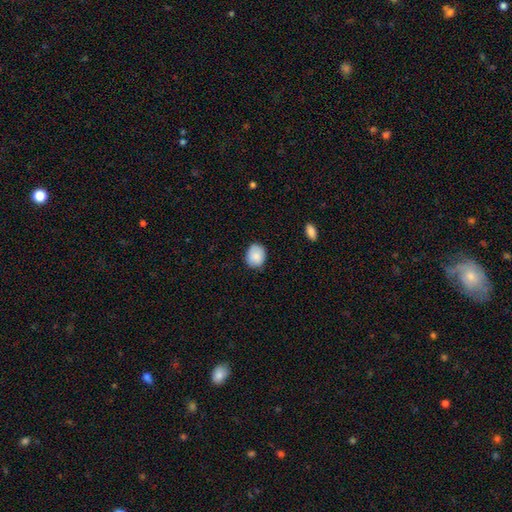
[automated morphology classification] Smooth or featured?
  - smooth: 86% *
  - star or artifact: 7%
  - featured or disk: 6%
How rounded?
  - round: 61% *
  - in between: 38%
  - cigar-shaped: 1%
Merging?
  - none: 82% *
  - minor disturbance: 15%
  - major disturbance: 2%
  - merger: 1%